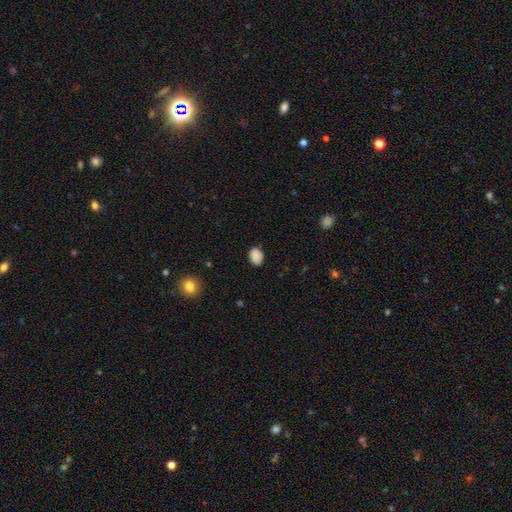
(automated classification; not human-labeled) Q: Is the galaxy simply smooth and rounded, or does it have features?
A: smooth — 86%.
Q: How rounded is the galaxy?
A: in between — 69%.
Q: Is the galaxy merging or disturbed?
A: none — 77%.